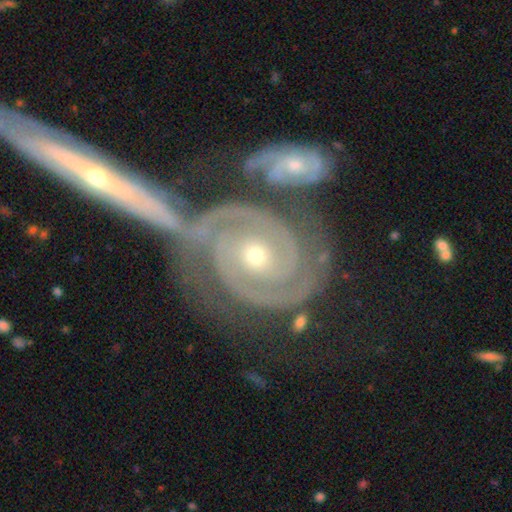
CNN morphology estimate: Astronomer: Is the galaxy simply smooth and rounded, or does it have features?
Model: featured or disk — 92%.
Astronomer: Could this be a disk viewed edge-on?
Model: no — 94%.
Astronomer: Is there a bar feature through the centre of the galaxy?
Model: no — 69%.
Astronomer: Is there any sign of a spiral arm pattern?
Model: yes — 98%.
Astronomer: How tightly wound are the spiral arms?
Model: tight — 83%.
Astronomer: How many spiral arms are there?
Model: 2 — 61%.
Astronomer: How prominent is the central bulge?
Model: moderate — 51% (runner-up: small, 45%).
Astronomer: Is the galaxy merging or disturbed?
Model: none — 51% (runner-up: merger, 31%).